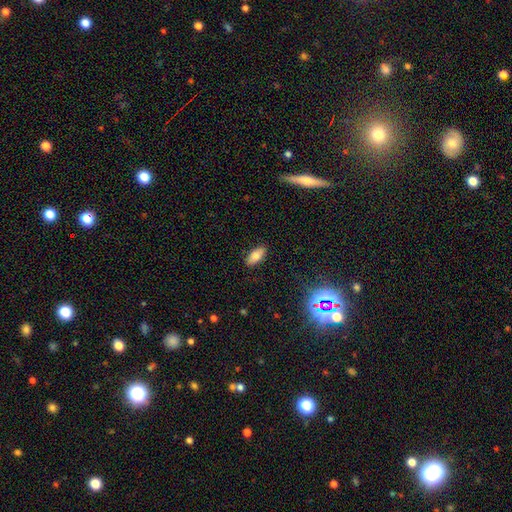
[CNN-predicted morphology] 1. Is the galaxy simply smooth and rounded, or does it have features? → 77% smooth, 13% featured or disk, 10% star or artifact.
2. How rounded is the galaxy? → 87% in between, 10% cigar-shaped, 3% round.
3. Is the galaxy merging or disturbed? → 88% none, 9% minor disturbance, 2% major disturbance, 1% merger.